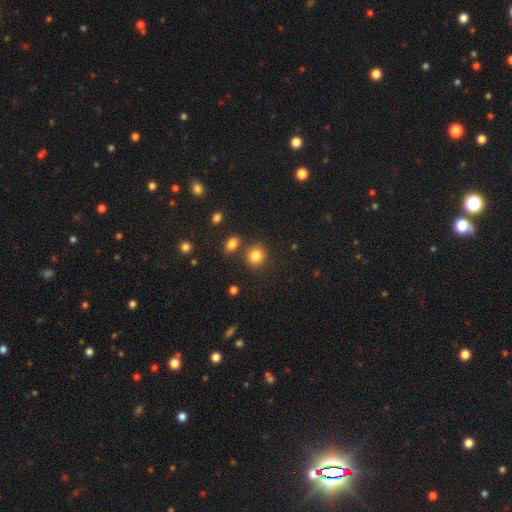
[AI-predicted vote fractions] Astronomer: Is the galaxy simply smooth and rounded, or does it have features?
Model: smooth — 84%.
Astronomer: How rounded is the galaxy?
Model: round — 84%.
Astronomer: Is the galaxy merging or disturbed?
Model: none — 78%.